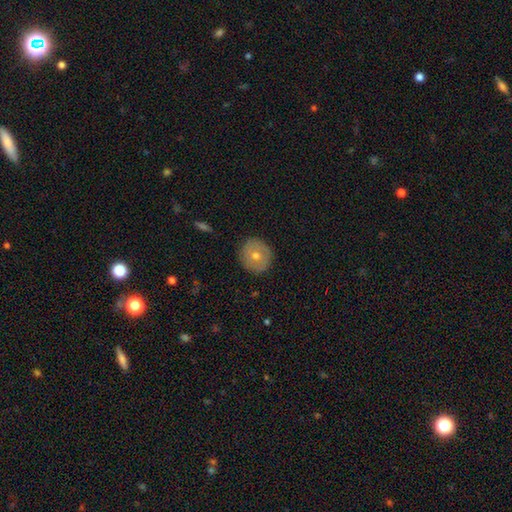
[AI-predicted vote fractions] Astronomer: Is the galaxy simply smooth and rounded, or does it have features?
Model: smooth — 52% (runner-up: featured or disk, 40%).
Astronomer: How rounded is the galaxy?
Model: round — 91%.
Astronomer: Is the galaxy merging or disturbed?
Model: none — 88%.